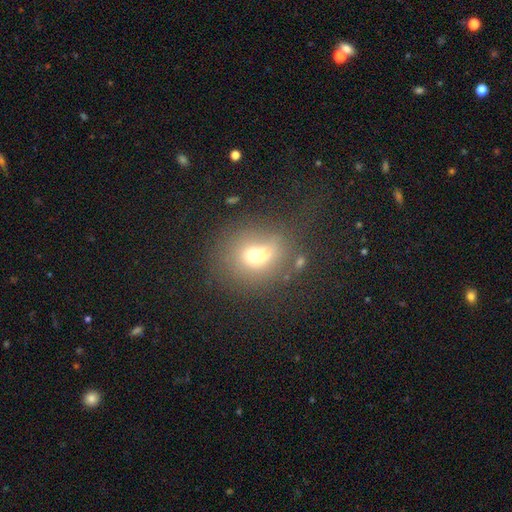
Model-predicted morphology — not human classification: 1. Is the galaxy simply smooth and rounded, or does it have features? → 60% smooth, 24% featured or disk, 16% star or artifact.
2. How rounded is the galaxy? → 73% round, 26% in between, 1% cigar-shaped.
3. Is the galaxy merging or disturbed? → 41% none, 32% merger, 16% minor disturbance, 12% major disturbance.